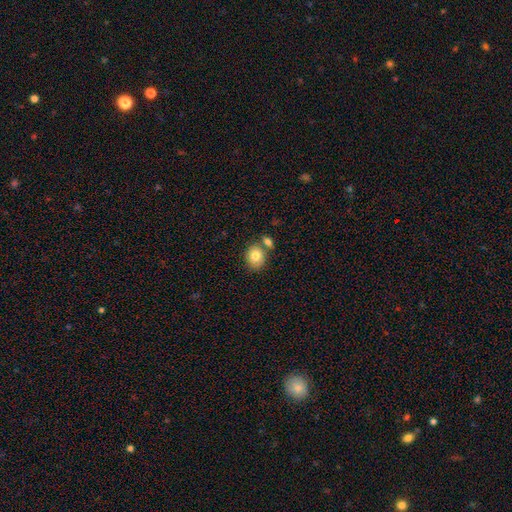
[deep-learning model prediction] The model was most divided on "how rounded": round: 57%, in between: 42%, cigar-shaped: 1%. More confident: smooth or featured — smooth (81%); merging — none (63%).